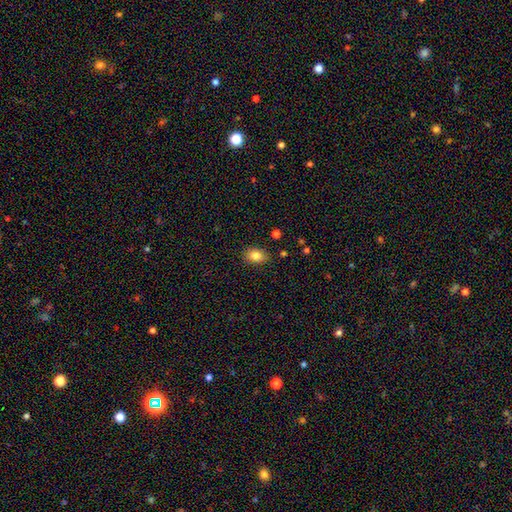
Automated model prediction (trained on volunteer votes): Smooth or featured? smooth (82%)
How rounded? in between (69%)
Merging? none (83%)